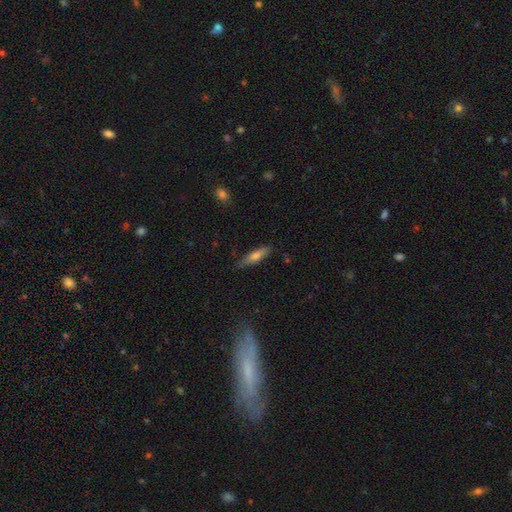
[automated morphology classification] smooth_or_featured: smooth (p=0.62) [alt: featured or disk p=0.31]
how_rounded: cigar-shaped (p=0.72) [alt: in between p=0.26]
merging: none (p=0.81) [alt: minor disturbance p=0.15]